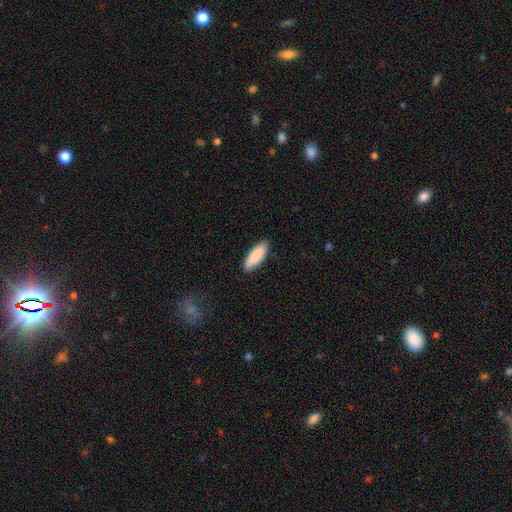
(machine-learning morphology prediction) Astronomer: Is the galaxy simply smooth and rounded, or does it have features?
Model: smooth — 88%.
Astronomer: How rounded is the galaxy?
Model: in between — 65%.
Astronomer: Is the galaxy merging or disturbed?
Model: none — 88%.